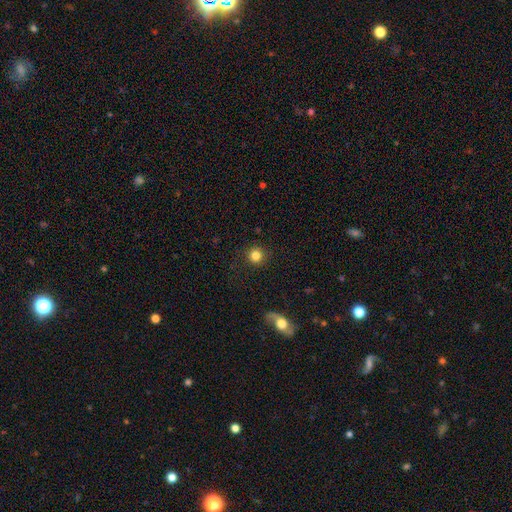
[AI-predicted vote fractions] Smooth or featured: smooth — 83% (star or artifact — 11%)
How rounded: round — 94% (in between — 5%)
Merging: none — 89% (minor disturbance — 7%)